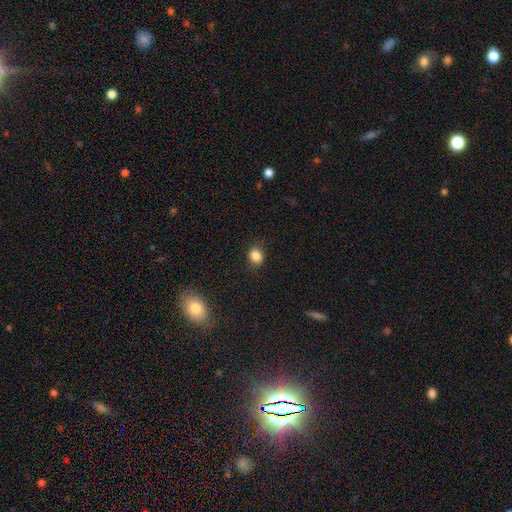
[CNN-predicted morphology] smooth 85%, star or artifact 11%, featured or disk 4%. Down the decision tree: how rounded — round (57%); merging — none (82%).